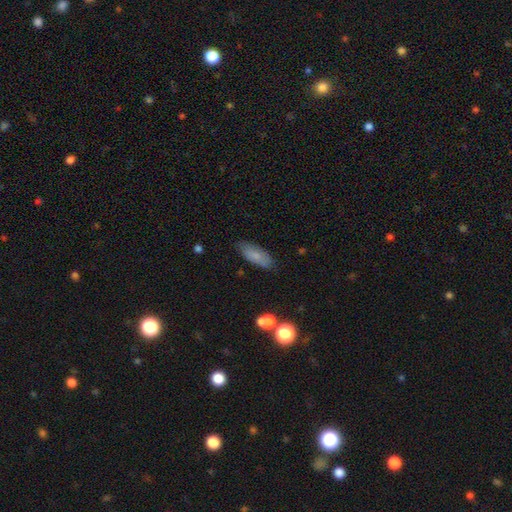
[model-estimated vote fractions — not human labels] This appears to be a smooth galaxy with no disk features (76%) that is in between round and cigar-shaped (73%). Merging: none (79%).